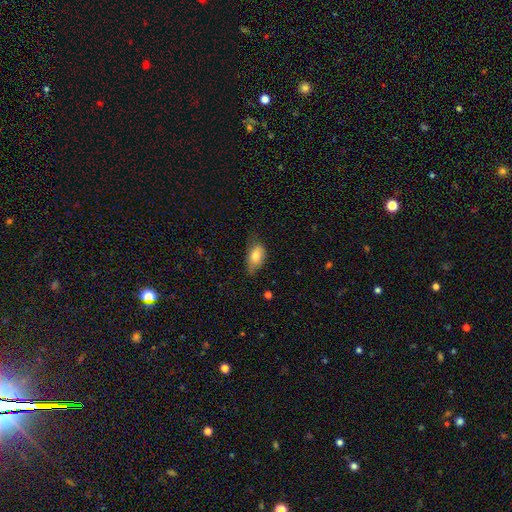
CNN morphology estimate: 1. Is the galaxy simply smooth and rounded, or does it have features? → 77% smooth, 16% featured or disk, 7% star or artifact.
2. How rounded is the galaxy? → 90% in between, 6% round, 4% cigar-shaped.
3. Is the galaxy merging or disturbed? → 56% none, 34% minor disturbance, 9% major disturbance, 1% merger.